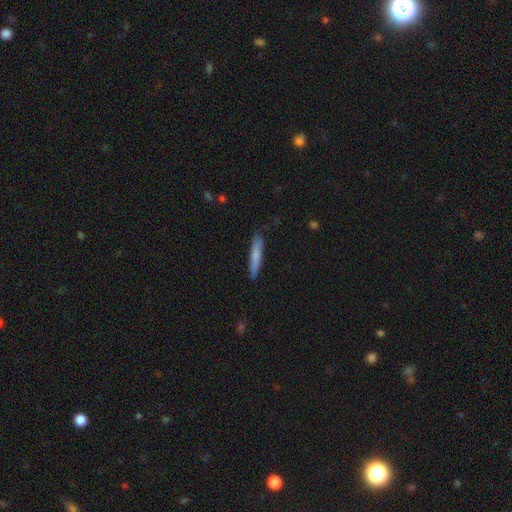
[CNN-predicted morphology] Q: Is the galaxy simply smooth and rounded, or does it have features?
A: smooth — 72%.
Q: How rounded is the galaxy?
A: cigar-shaped — 94%.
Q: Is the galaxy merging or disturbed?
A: none — 86%.